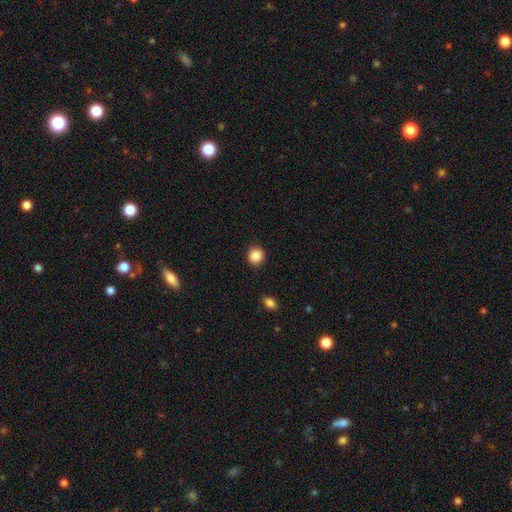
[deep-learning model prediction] smooth 87%, star or artifact 9%, featured or disk 3%. Down the decision tree: how rounded — round (91%); merging — none (90%).